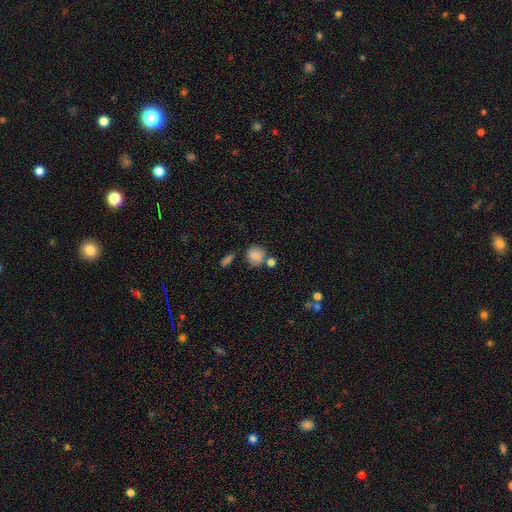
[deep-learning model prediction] Overall: smooth (84%). How rounded: round (81%). Merging: none (59%; merger 20%).